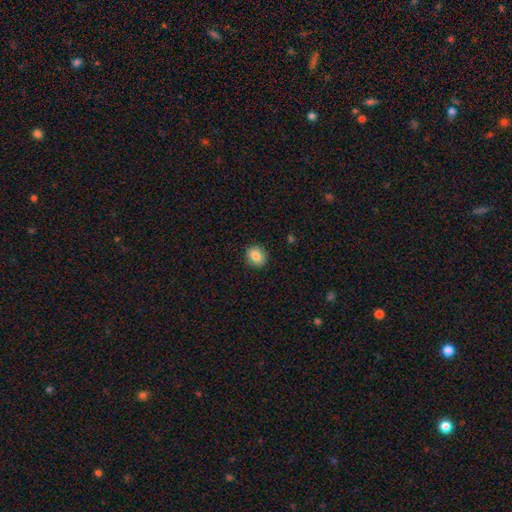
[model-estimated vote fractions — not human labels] Smooth or featured?
  - smooth: 84% *
  - star or artifact: 9%
  - featured or disk: 7%
How rounded?
  - round: 72% *
  - in between: 27%
  - cigar-shaped: 1%
Merging?
  - none: 88% *
  - minor disturbance: 9%
  - major disturbance: 2%
  - merger: 1%